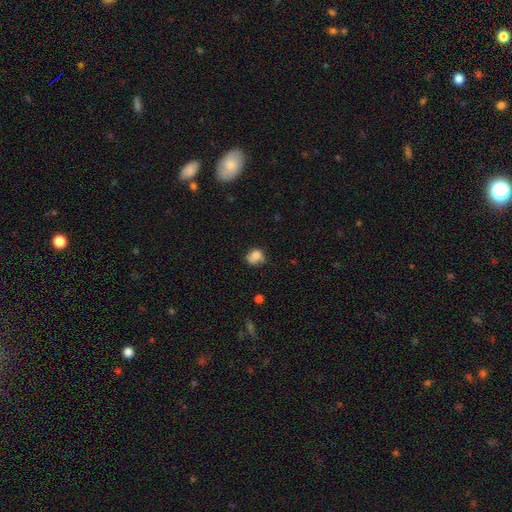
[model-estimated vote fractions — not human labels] A smooth galaxy with no disk features (73%) that is round (68%). Merging: none (44%).